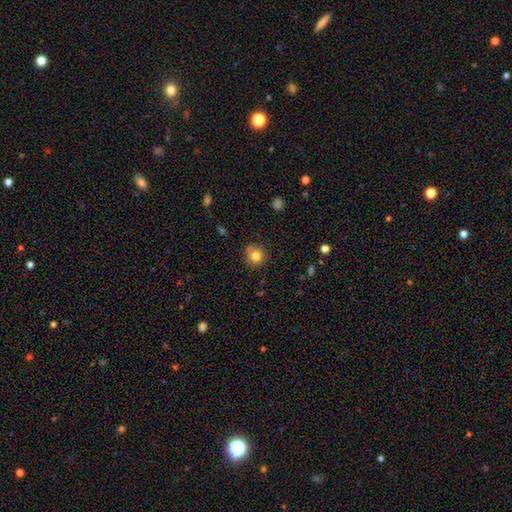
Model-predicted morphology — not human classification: Smooth or featured: smooth — 81% (star or artifact — 11%)
How rounded: round — 89% (in between — 10%)
Merging: none — 80% (minor disturbance — 15%)